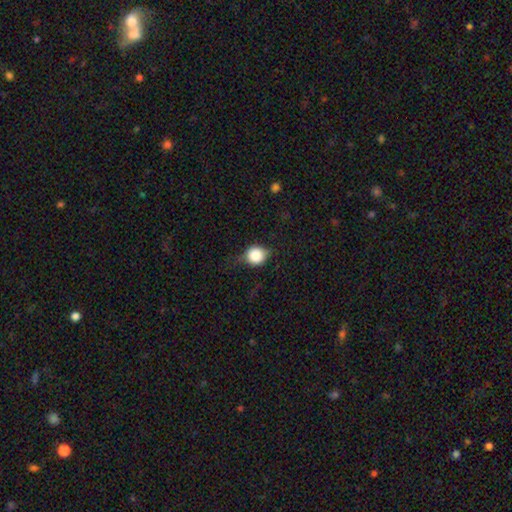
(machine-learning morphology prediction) smooth 76%, featured or disk 15%, star or artifact 10%. Down the decision tree: how rounded — round (85%); merging — none (68%).